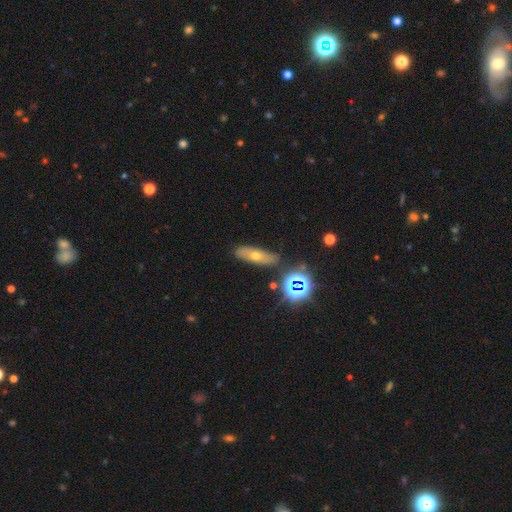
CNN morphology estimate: smooth_or_featured: smooth (p=0.50) [alt: featured or disk p=0.31]
how_rounded: in between (p=0.48) [alt: cigar-shaped p=0.45]
merging: none (p=0.78) [alt: minor disturbance p=0.14]